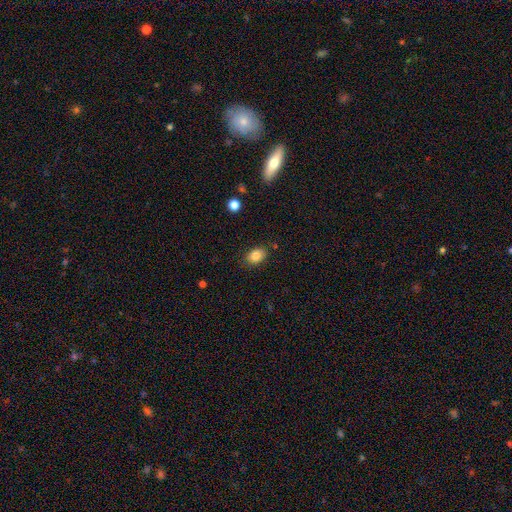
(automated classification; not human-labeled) smooth 85%, star or artifact 9%, featured or disk 5%. Down the decision tree: how rounded — in between (80%); merging — none (83%).